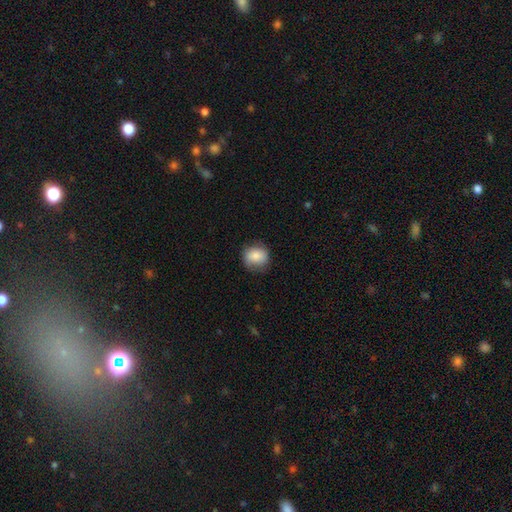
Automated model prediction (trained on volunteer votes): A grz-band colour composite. It shows a smooth galaxy with no disk features (81%) that is round (80%). Merging: none (76%).